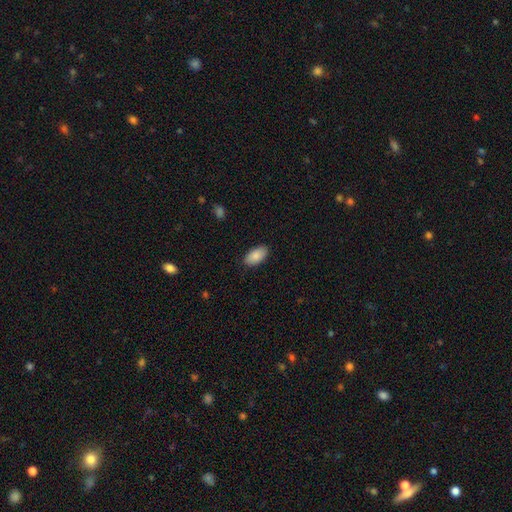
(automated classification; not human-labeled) Overall: smooth (87%). How rounded: in between (95%). Merging: none (87%).